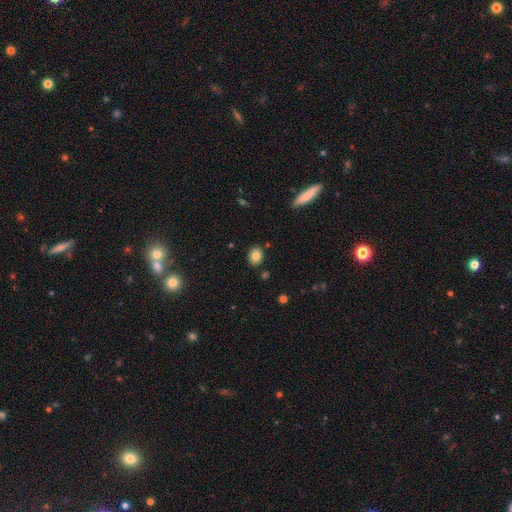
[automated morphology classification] smooth-or-featured: smooth: 82% | star or artifact: 10% | featured or disk: 8%
  how-rounded: round: 50% | in between: 49% | cigar-shaped: 1%
  merging: none: 86% | minor disturbance: 9% | merger: 3% | major disturbance: 2%